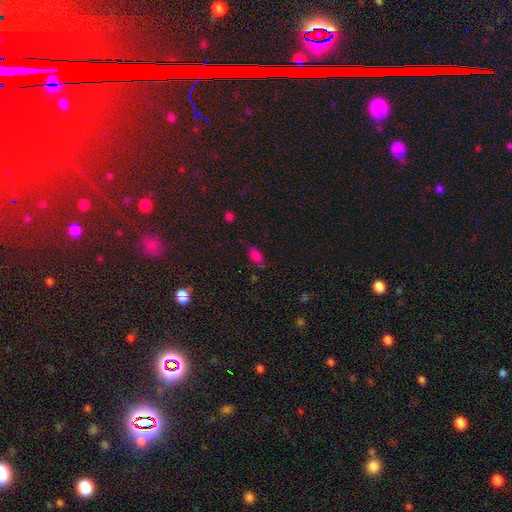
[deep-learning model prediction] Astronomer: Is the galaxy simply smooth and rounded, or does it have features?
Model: smooth — 77%.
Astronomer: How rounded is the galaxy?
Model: in between — 87%.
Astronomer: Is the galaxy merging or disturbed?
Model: none — 72%.